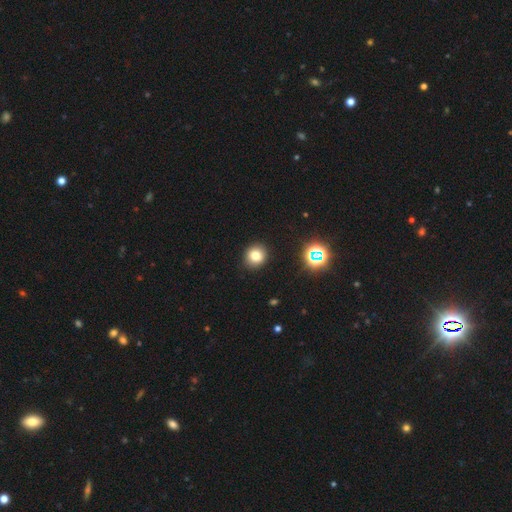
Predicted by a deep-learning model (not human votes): smooth-or-featured: smooth: 77% | star or artifact: 16% | featured or disk: 8%
  how-rounded: round: 87% | in between: 12% | cigar-shaped: 1%
  merging: none: 91% | minor disturbance: 6% | major disturbance: 2% | merger: 1%